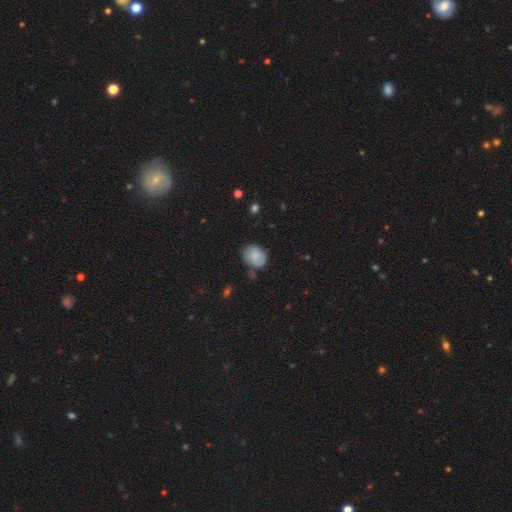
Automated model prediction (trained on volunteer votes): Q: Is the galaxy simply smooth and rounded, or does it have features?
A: smooth — 80%.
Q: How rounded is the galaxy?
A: in between — 54%.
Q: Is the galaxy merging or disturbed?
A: none — 68%.